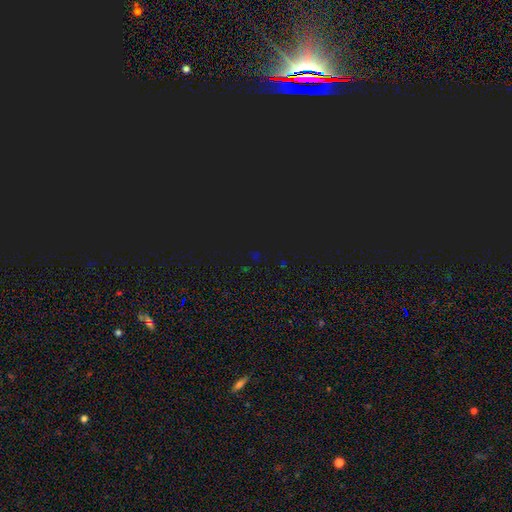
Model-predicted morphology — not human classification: This is likely a star or artifact rather than a galaxy (76%).